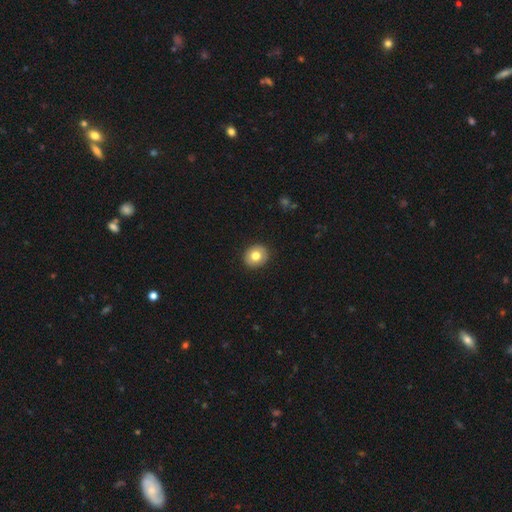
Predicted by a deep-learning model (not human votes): Morphology: type=smooth (76%); roundness=round (78%); merging=none (91%).